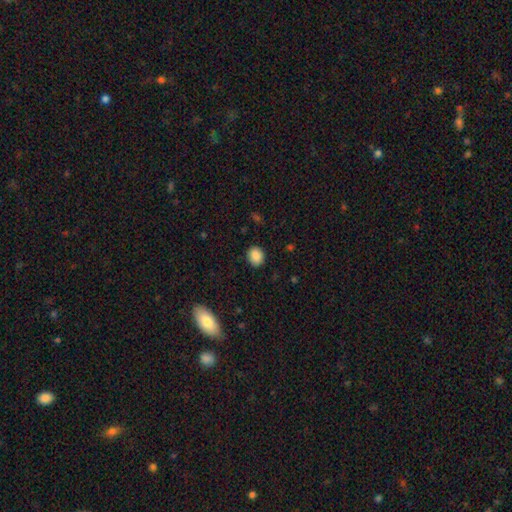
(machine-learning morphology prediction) A smooth galaxy with no disk features (88%) that is round (64%).

Vote fractions:
- Smooth or featured? smooth: 88% / star or artifact: 9% / featured or disk: 4%
- How rounded? round: 64% / in between: 35% / cigar-shaped: 1%
- Merging? none: 88% / minor disturbance: 9% / major disturbance: 2% / merger: 1%